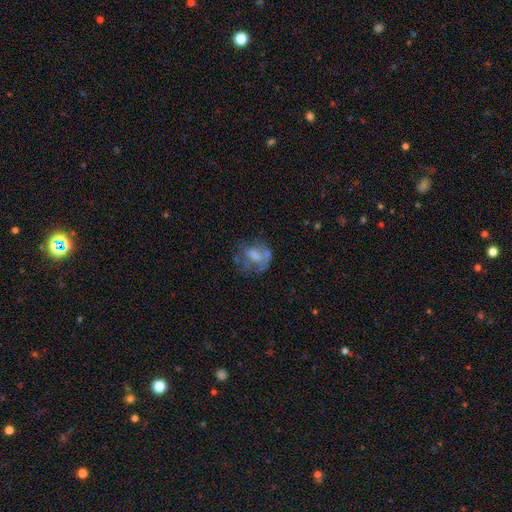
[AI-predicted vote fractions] Smooth or featured? Predicted: smooth (p=0.48). Merging? Predicted: none (p=0.42).